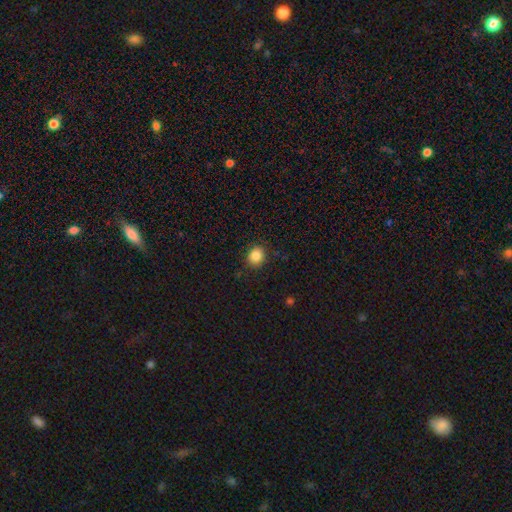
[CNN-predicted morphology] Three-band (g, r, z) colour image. It shows a smooth galaxy with no disk features (86%) that is round (73%). Merging: none (87%).